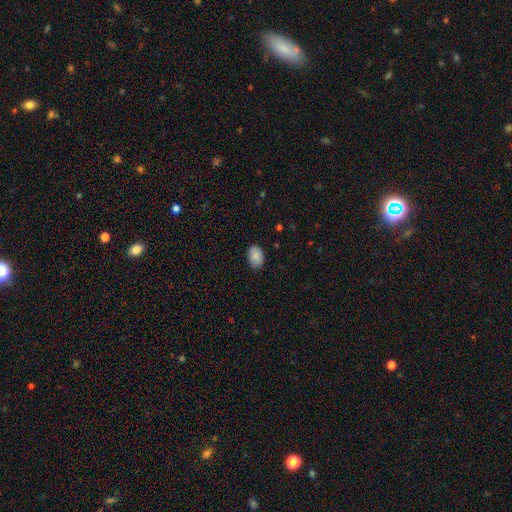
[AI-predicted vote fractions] smooth-or-featured: smooth: 88% | star or artifact: 7% | featured or disk: 5%
  how-rounded: in between: 88% | round: 11% | cigar-shaped: 1%
  merging: none: 81% | minor disturbance: 15% | major disturbance: 3% | merger: 1%